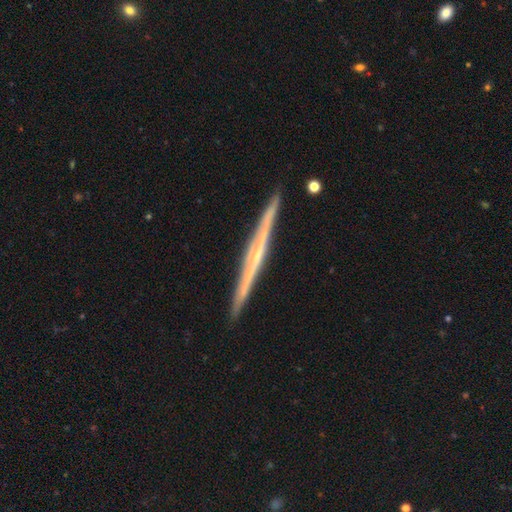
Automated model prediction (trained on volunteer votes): featured or disk 80%, smooth 14%, star or artifact 5%. Down the decision tree: edge-on disk — yes (98%); edge-on bulge — rounded (49%); merging — none (91%).